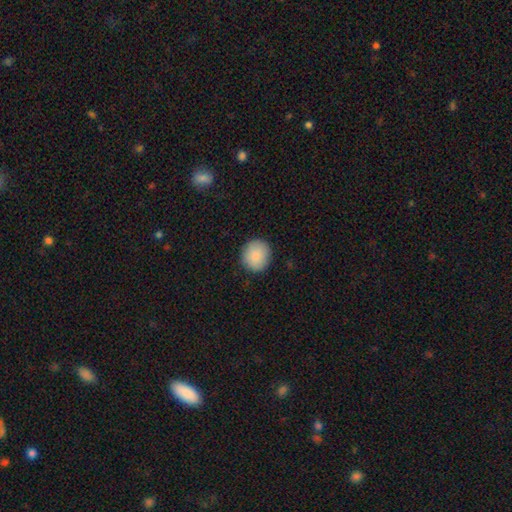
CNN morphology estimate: Smooth or featured: smooth — 88% (star or artifact — 7%)
How rounded: round — 89% (in between — 10%)
Merging: none — 90% (minor disturbance — 7%)